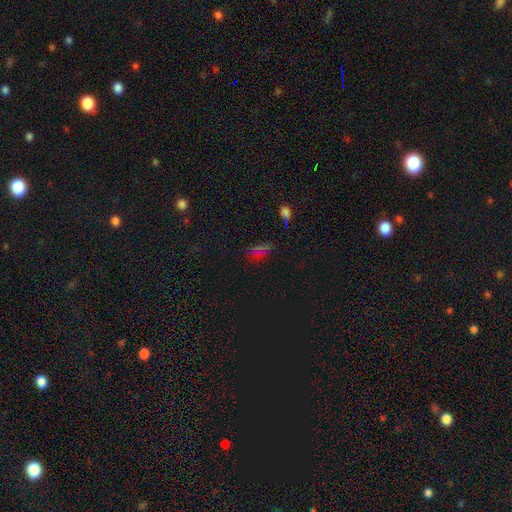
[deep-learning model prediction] Smooth or featured: star or artifact — 50% (smooth — 42%)